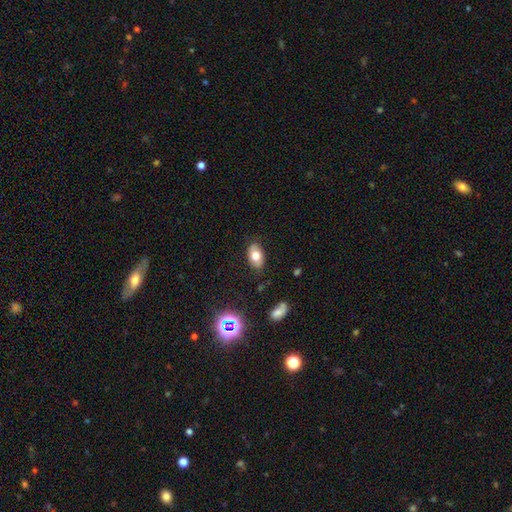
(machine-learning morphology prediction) This appears to be a smooth galaxy with no disk features (71%) that is in between round and cigar-shaped (91%). Merging: none (83%).